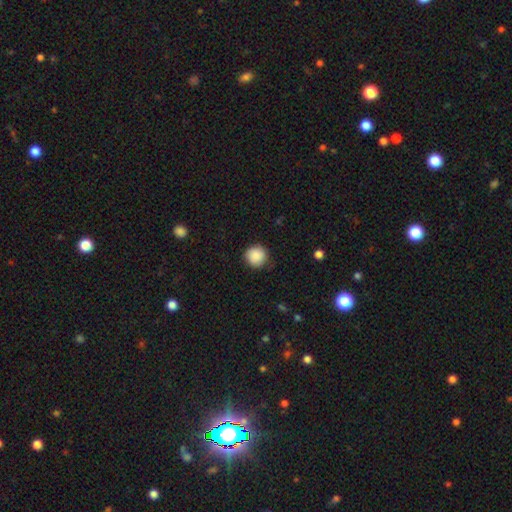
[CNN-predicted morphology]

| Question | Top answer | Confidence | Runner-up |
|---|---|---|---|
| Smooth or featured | smooth | 89% | star or artifact (8%) |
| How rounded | round | 93% | in between (6%) |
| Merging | none | 86% | minor disturbance (10%) |